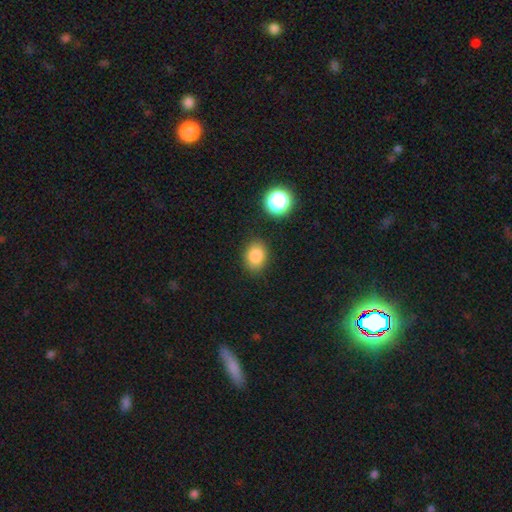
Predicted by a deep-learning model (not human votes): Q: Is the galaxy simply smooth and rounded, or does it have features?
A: smooth — 83%.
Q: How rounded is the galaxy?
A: in between — 61%.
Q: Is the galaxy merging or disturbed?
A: none — 85%.